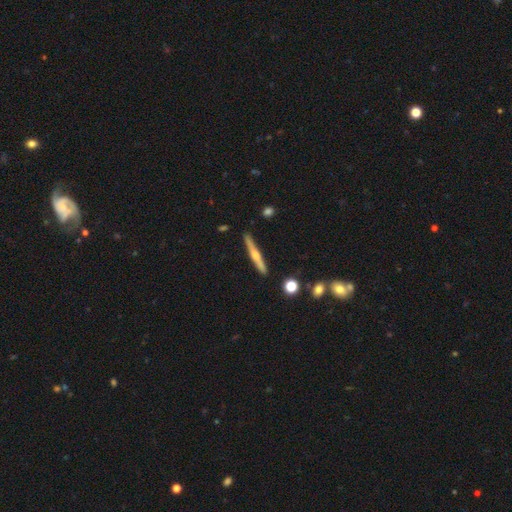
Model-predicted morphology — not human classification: Smooth or featured?
  - featured or disk: 62% *
  - smooth: 31%
  - star or artifact: 6%
Edge-on disk?
  - yes: 97% *
  - no: 3%
Edge-on bulge?
  - rounded: 83% *
  - none: 10%
  - boxy: 7%
Merging?
  - none: 88% *
  - minor disturbance: 8%
  - merger: 2%
  - major disturbance: 2%